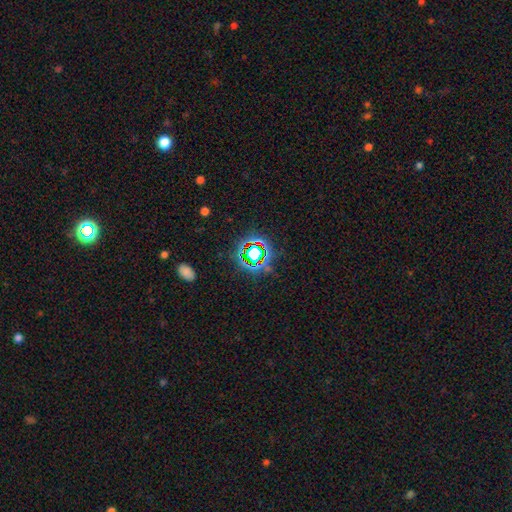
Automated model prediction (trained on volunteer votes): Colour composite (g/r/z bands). It shows a star or artifact, not a galaxy (72%).